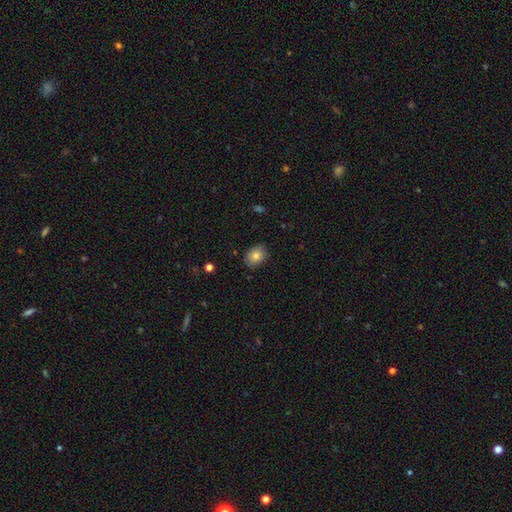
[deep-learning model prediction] Smooth or featured? smooth (82%)
How rounded? in between (70%)
Merging? none (85%)